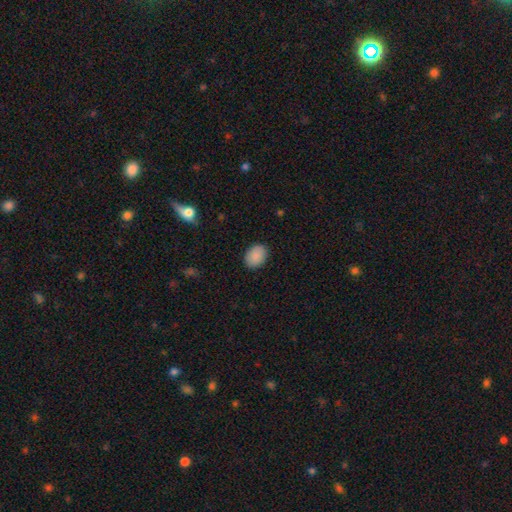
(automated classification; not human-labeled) smooth 90%, star or artifact 7%, featured or disk 3%. Down the decision tree: how rounded — in between (71%); merging — none (89%).